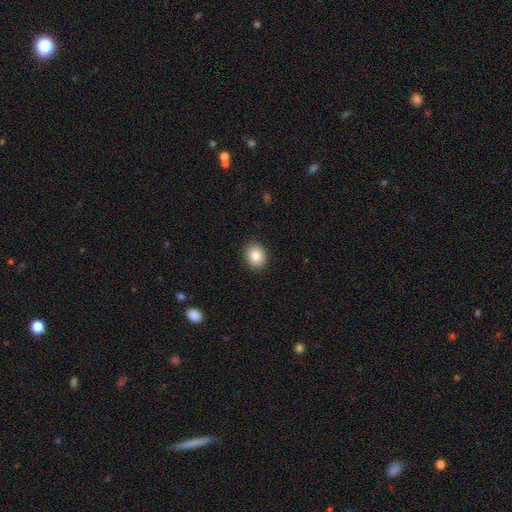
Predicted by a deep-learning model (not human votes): Smooth or featured: smooth — 84% (star or artifact — 9%)
How rounded: round — 61% (in between — 38%)
Merging: none — 91% (minor disturbance — 7%)